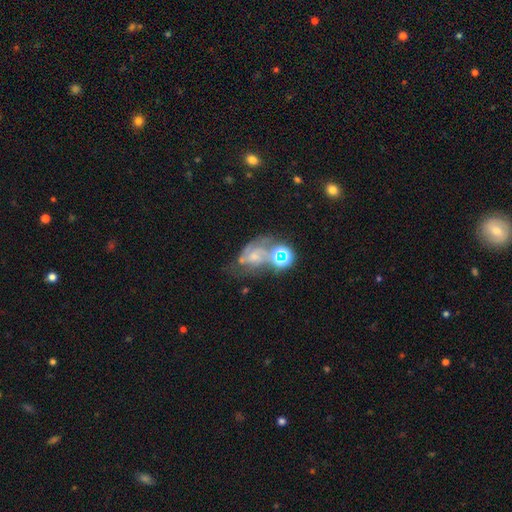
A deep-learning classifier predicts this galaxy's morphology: Overall: featured or disk (60%; star or artifact 21%). Edge-on disk: no (97%). Bar: no (68%). Spiral arms: yes (78%). Bulge size: small (43%; moderate 28%). Merging: none (32%; major disturbance 27%).